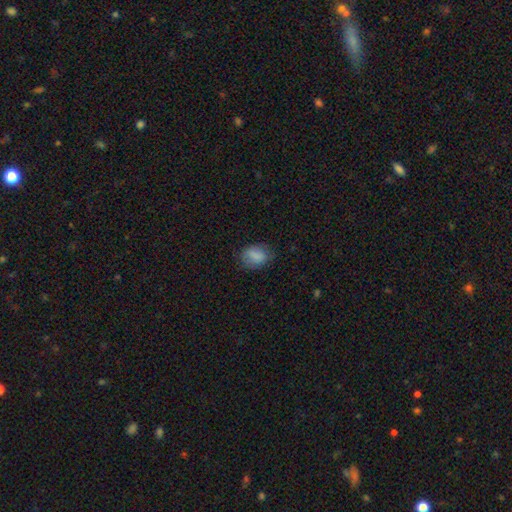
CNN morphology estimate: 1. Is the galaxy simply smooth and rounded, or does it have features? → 83% smooth, 9% featured or disk, 8% star or artifact.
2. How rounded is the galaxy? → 72% in between, 27% round, 2% cigar-shaped.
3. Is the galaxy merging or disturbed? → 72% none, 21% minor disturbance, 6% major disturbance, 1% merger.